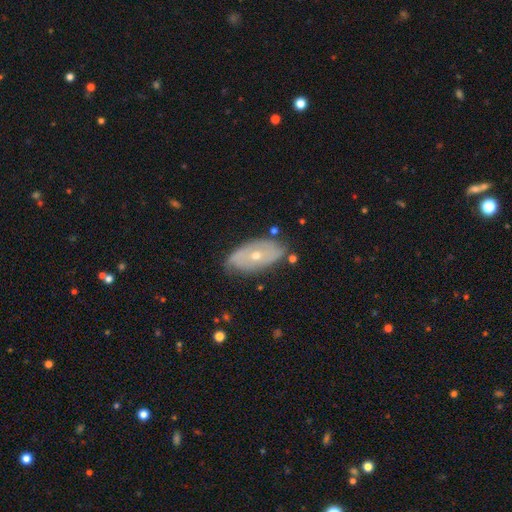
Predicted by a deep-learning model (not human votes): smooth_or_featured: featured or disk (p=0.56) [alt: smooth p=0.36]
disk_edge_on: no (p=0.85) [alt: yes p=0.15]
merging: none (p=0.74) [alt: minor disturbance p=0.20]